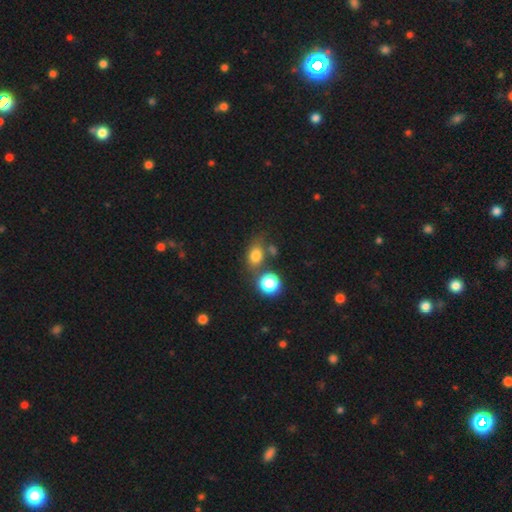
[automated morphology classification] A smooth galaxy with no disk features (77%) that is in between round and cigar-shaped (57%). Merging: none (55%).